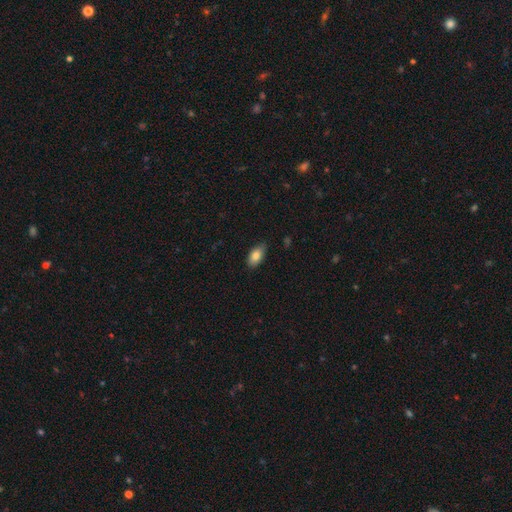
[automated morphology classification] smooth_or_featured: smooth (p=0.83) [alt: featured or disk p=0.10]
how_rounded: in between (p=0.92) [alt: cigar-shaped p=0.04]
merging: none (p=0.82) [alt: minor disturbance p=0.15]